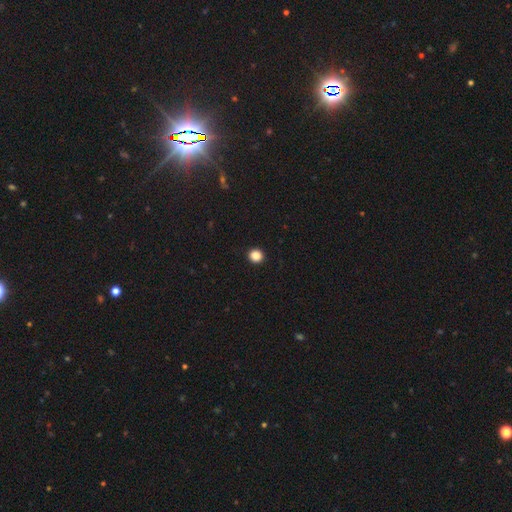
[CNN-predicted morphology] smooth_or_featured: smooth (p=0.86) [alt: star or artifact p=0.11]
how_rounded: round (p=0.94) [alt: in between p=0.05]
merging: none (p=0.94) [alt: minor disturbance p=0.04]